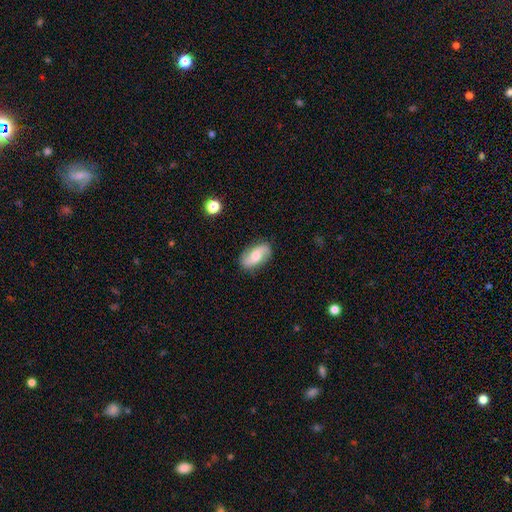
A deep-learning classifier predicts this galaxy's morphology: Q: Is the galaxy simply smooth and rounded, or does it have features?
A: featured or disk — 63%.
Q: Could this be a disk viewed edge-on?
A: no — 96%.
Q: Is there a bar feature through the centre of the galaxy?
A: no — 54%.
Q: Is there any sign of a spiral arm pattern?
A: yes — 93%.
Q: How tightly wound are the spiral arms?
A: loose — 54%.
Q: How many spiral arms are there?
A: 2 — 91%.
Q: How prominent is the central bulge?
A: moderate — 55%.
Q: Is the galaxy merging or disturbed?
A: none — 83%.